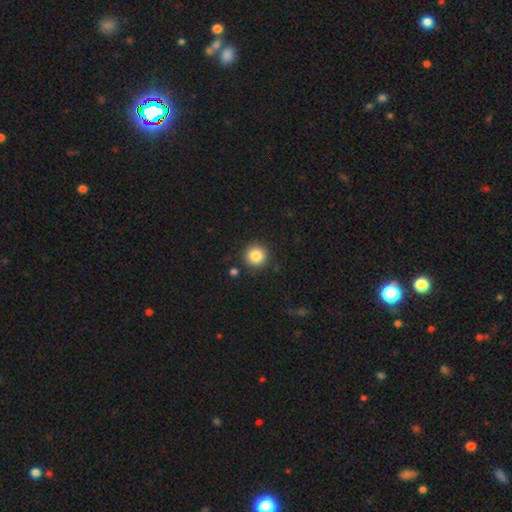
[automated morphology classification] Smooth or featured: smooth — 85% (star or artifact — 10%)
How rounded: round — 95% (in between — 4%)
Merging: none — 89% (minor disturbance — 6%)